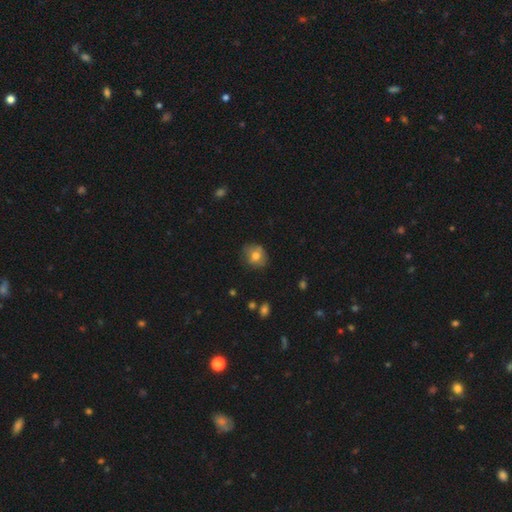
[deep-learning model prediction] smooth_or_featured: smooth (p=0.69) [alt: featured or disk p=0.21]
how_rounded: round (p=0.66) [alt: in between p=0.32]
merging: none (p=0.73) [alt: minor disturbance p=0.20]